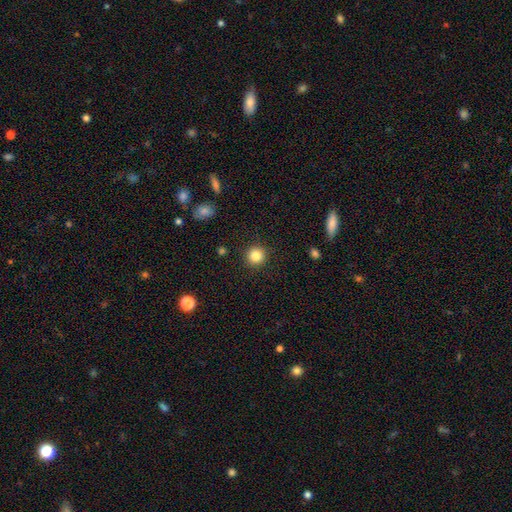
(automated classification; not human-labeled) This appears to be a smooth galaxy with no disk features (85%) that is round (95%). Merging: none (92%).